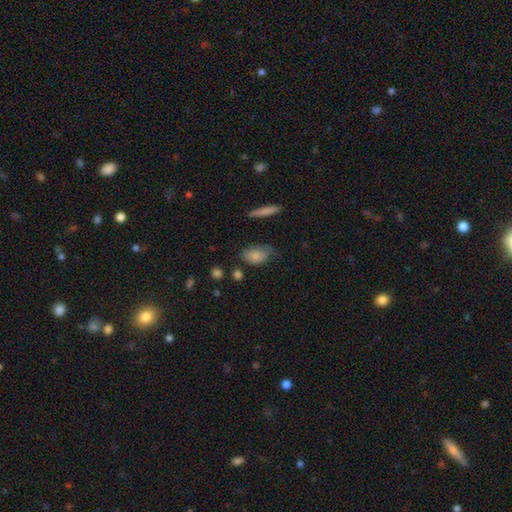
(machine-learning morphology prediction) Smooth or featured: smooth — 81% (featured or disk — 11%)
How rounded: in between — 87% (round — 8%)
Merging: none — 50% (minor disturbance — 35%)